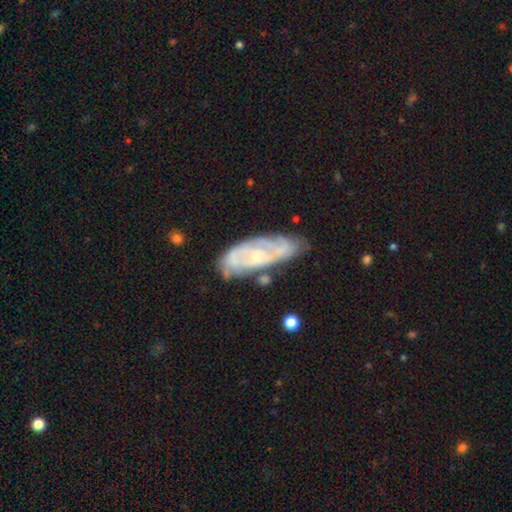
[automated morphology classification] Smooth or featured: featured or disk — 74% (smooth — 20%)
Edge-on disk: no — 90% (yes — 10%)
Bar: no — 68% (weak — 26%)
Spiral arms: yes — 83% (no — 17%)
Spiral winding: tight — 60% (medium — 31%)
Spiral arm count: can't tell — 44% (2 — 35%)
Bulge size: small — 57% (moderate — 33%)
Merging: none — 64% (minor disturbance — 24%)